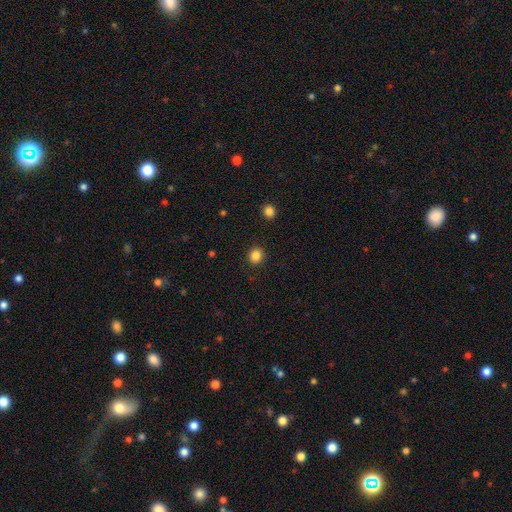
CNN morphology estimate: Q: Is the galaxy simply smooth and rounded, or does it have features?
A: smooth — 85%.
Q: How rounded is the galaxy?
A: round — 83%.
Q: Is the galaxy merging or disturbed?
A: none — 91%.